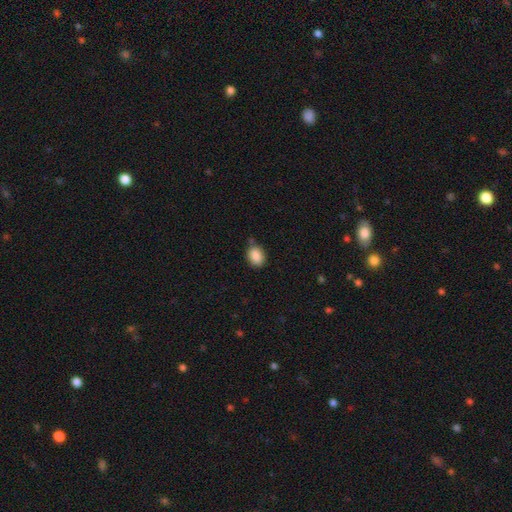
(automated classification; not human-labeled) A smooth galaxy with no disk features (87%) that is in between round and cigar-shaped (60%). Merging: none (75%).